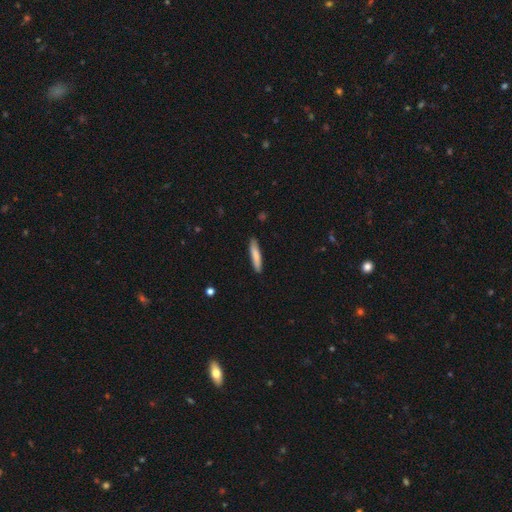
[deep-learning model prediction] A smooth galaxy with no disk features (80%) that is cigar-shaped (90%).

Vote fractions:
- Smooth or featured? smooth: 80% / featured or disk: 14% / star or artifact: 5%
- How rounded? cigar-shaped: 90% / in between: 8% / round: 1%
- Merging? none: 88% / minor disturbance: 10% / major disturbance: 2% / merger: 1%